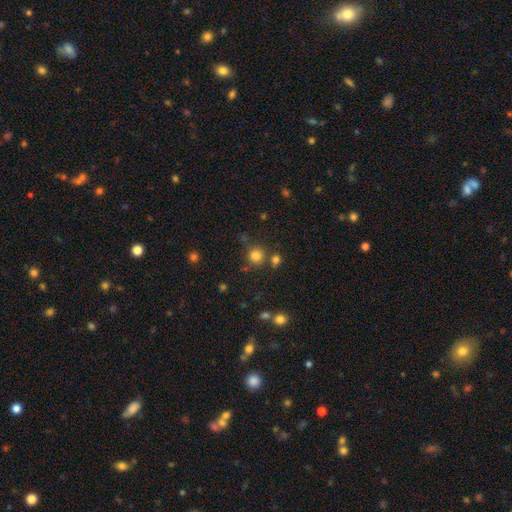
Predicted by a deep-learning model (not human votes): This appears to be a smooth galaxy with no disk features (80%) that is round (90%). Merging: none (71%).